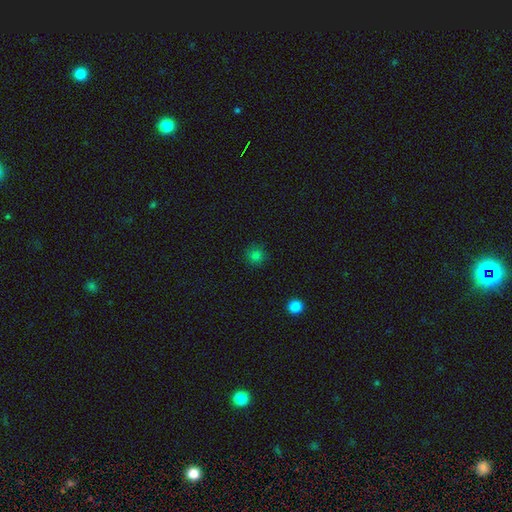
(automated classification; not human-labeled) smooth-or-featured: smooth: 79% | star or artifact: 16% | featured or disk: 5%
  how-rounded: round: 93% | in between: 6% | cigar-shaped: 1%
  merging: none: 90% | minor disturbance: 7% | major disturbance: 2% | merger: 1%